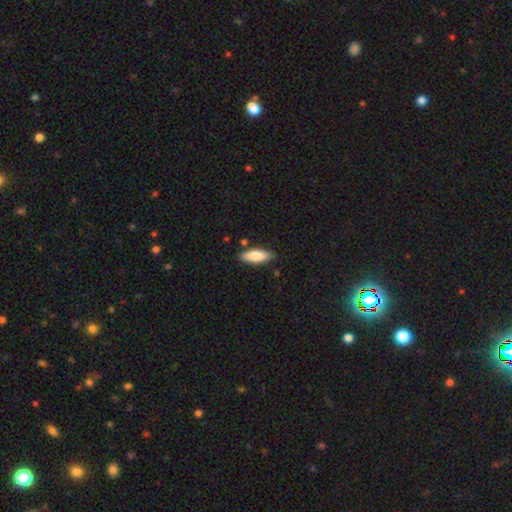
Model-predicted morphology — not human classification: Overall: smooth (79%). How rounded: in between (66%; cigar-shaped 33%). Merging: none (84%).